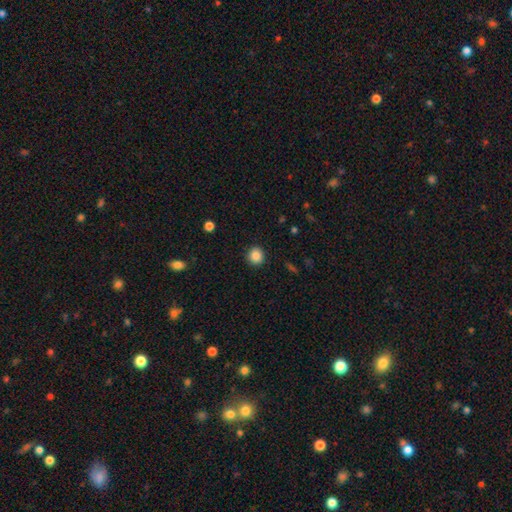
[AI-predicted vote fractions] Smooth or featured?
  - smooth: 86% *
  - star or artifact: 10%
  - featured or disk: 4%
How rounded?
  - round: 89% *
  - in between: 10%
  - cigar-shaped: 1%
Merging?
  - none: 91% *
  - minor disturbance: 6%
  - major disturbance: 2%
  - merger: 1%